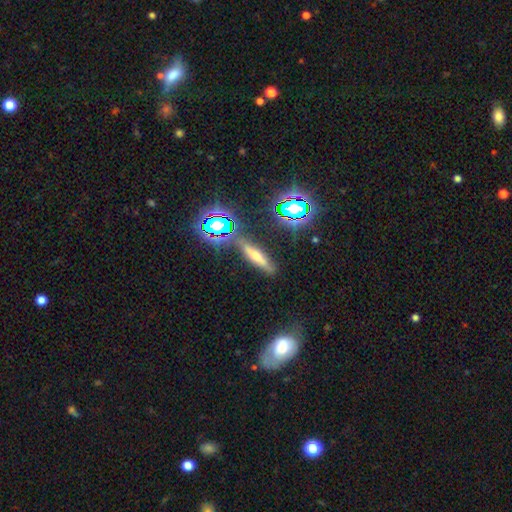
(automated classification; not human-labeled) The model was most divided on "smooth or featured": smooth: 44%, featured or disk: 31%, star or artifact: 25%. More confident: merging — none (77%).